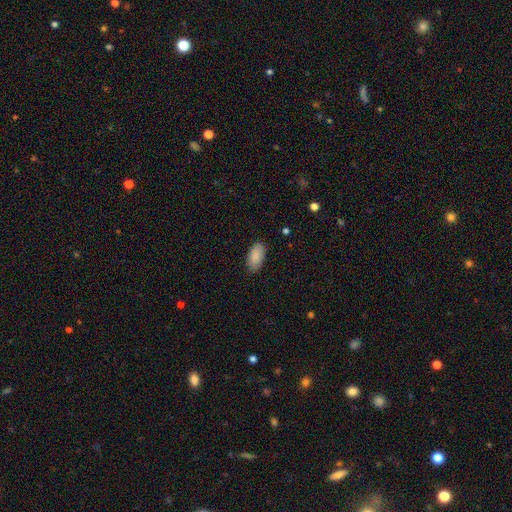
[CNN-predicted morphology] smooth_or_featured: smooth (p=0.89) [alt: star or artifact p=0.06]
how_rounded: in between (p=0.95) [alt: cigar-shaped p=0.03]
merging: none (p=0.87) [alt: minor disturbance p=0.10]